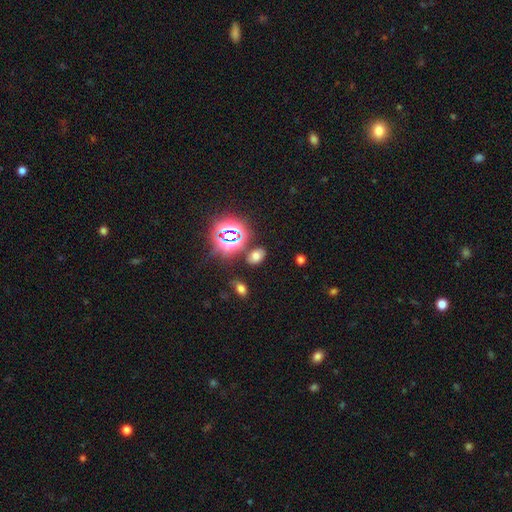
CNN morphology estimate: Smooth or featured?
  - smooth: 58% *
  - star or artifact: 32%
  - featured or disk: 10%
How rounded?
  - in between: 86% *
  - round: 13%
  - cigar-shaped: 2%
Merging?
  - none: 82% *
  - minor disturbance: 10%
  - merger: 5%
  - major disturbance: 3%